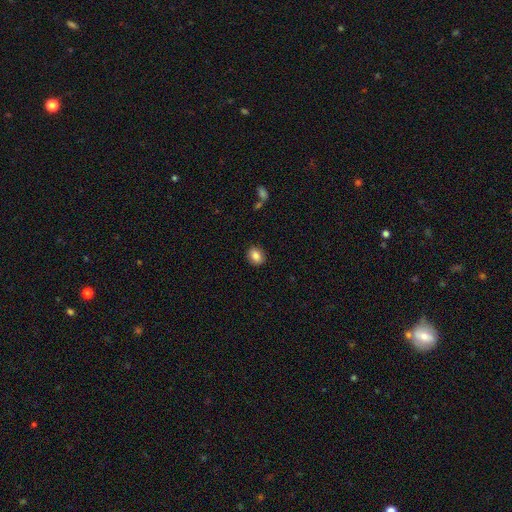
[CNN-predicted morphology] smooth_or_featured: smooth (p=0.85) [alt: star or artifact p=0.09]
how_rounded: round (p=0.54) [alt: in between p=0.45]
merging: none (p=0.89) [alt: minor disturbance p=0.07]